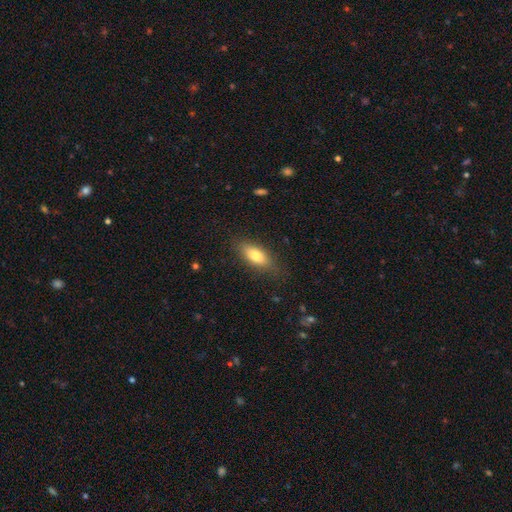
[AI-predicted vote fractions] This appears to be a smooth galaxy with no disk features (76%) that is in between round and cigar-shaped (76%). Merging: none (80%).